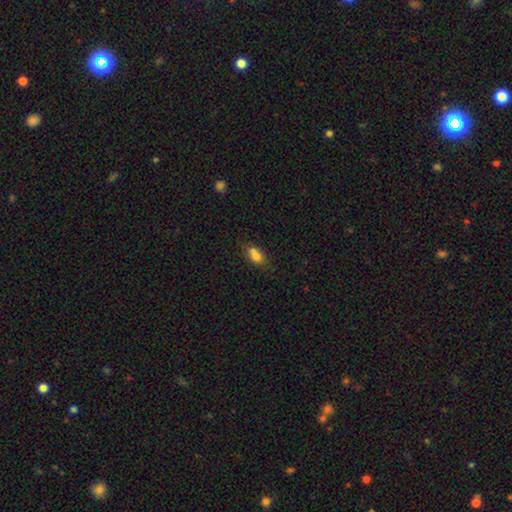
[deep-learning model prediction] Morphology: type=smooth (72%); roundness=in between (67%); merging=merger (42%).